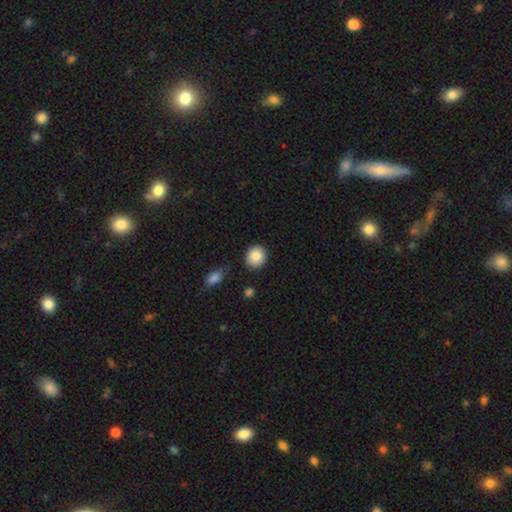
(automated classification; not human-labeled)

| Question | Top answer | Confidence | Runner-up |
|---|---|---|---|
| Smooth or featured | smooth | 86% | star or artifact (8%) |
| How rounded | round | 79% | in between (20%) |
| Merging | none | 86% | minor disturbance (9%) |